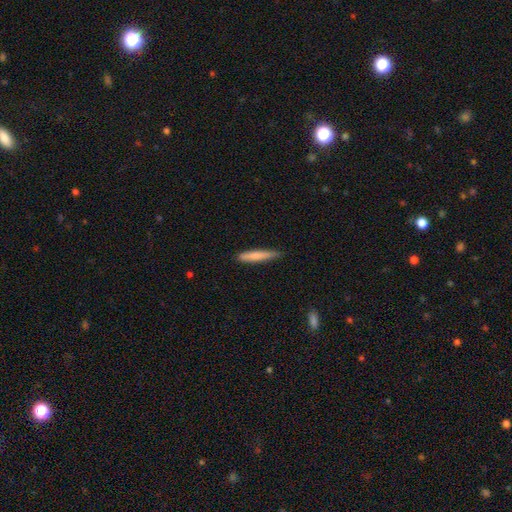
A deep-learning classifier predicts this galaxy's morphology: type=smooth (76%); roundness=cigar-shaped (92%); merging=none (80%).